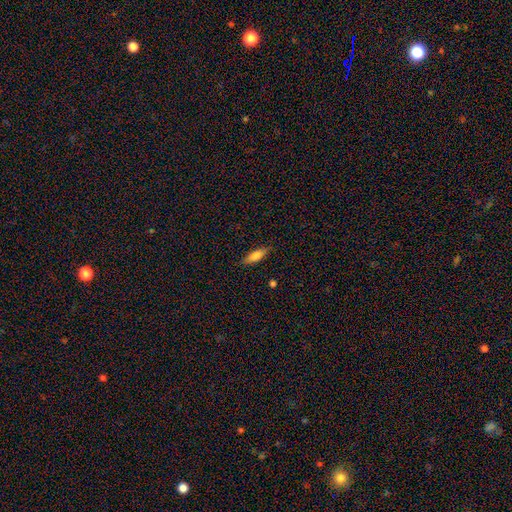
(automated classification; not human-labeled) smooth 71%, featured or disk 22%, star or artifact 7%. Down the decision tree: how rounded — cigar-shaped (50%); merging — none (84%).